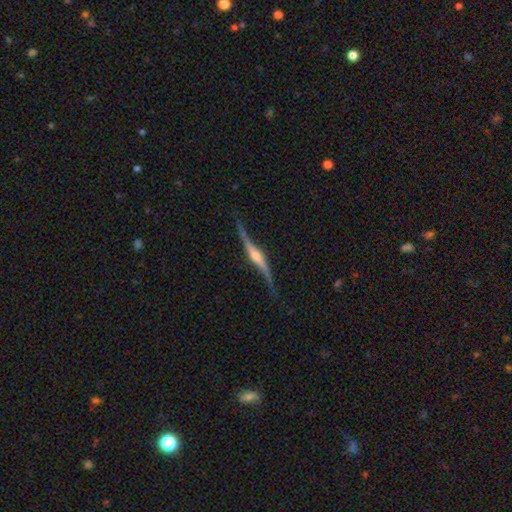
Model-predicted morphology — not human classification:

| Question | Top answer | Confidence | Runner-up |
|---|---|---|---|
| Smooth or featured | featured or disk | 86% | smooth (9%) |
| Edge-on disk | yes | 85% | no (15%) |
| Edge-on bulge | rounded | 83% | boxy (10%) |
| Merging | none | 69% | minor disturbance (21%) |